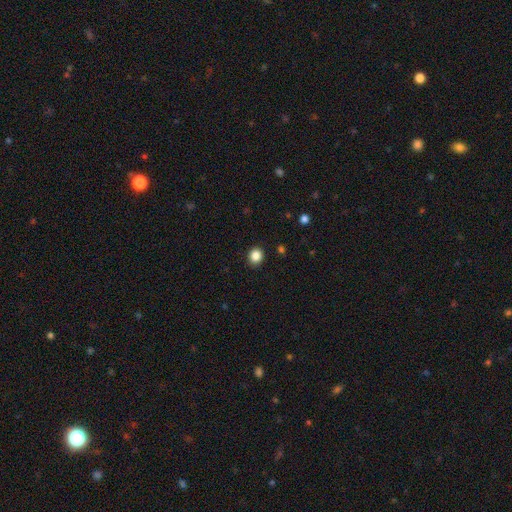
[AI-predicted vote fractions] The model was most divided on "how rounded": round: 80%, in between: 19%, cigar-shaped: 1%. More confident: merging — none (91%); smooth or featured — smooth (86%).